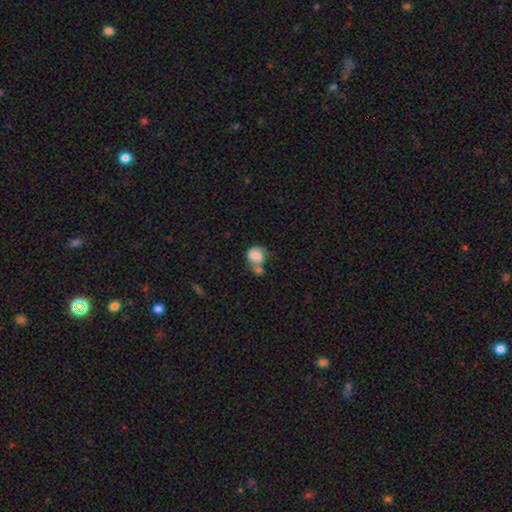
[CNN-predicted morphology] type=smooth (71%); roundness=round (61%); merging=merger (43%).